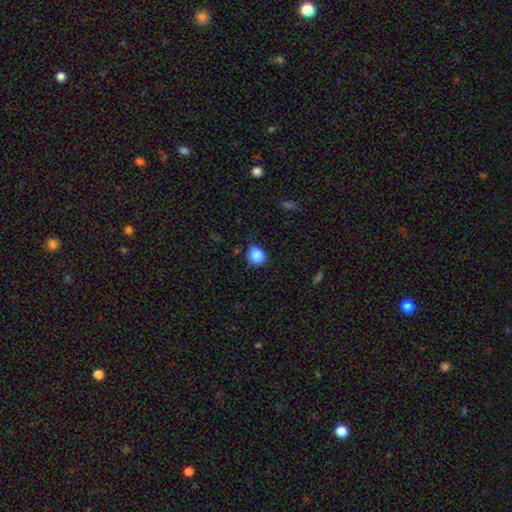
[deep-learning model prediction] This appears to be a smooth galaxy with no disk features (86%) that is round (83%). Merging: none (69%).